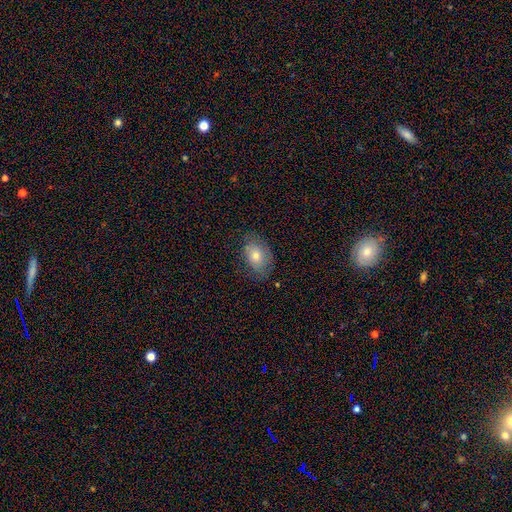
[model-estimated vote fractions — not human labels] Smooth or featured? Predicted: smooth (p=0.65). How rounded? Predicted: in between (p=0.81). Merging? Predicted: none (p=0.74).